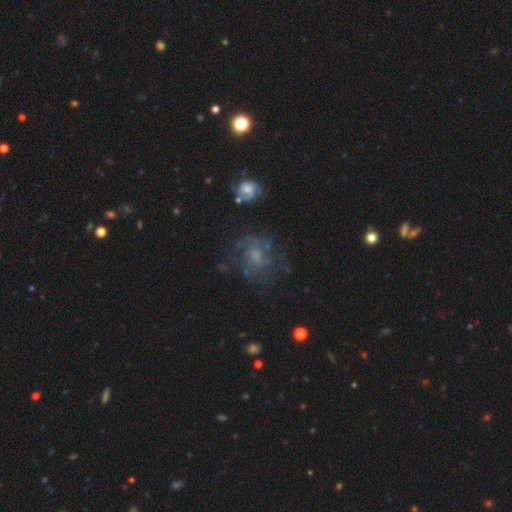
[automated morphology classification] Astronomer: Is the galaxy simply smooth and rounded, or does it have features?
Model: featured or disk — 58%.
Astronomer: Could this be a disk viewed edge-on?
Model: no — 97%.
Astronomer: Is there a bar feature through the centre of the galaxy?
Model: no — 72%.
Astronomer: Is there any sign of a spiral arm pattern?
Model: yes — 68%.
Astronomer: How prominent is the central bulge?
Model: small — 39% (runner-up: moderate, 38%).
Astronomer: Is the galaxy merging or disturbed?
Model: none — 63%.